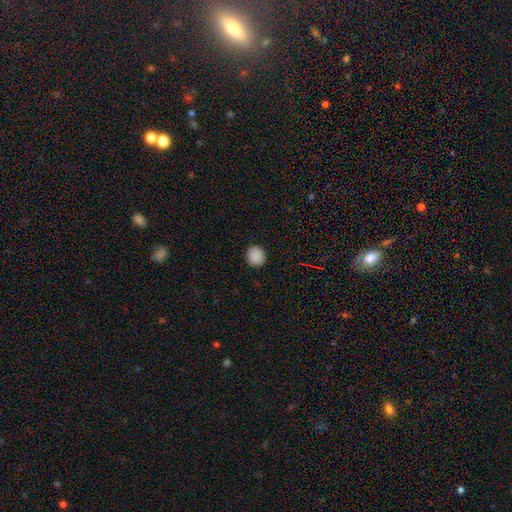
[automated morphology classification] smooth_or_featured: smooth (p=0.89) [alt: star or artifact p=0.09]
how_rounded: round (p=0.88) [alt: in between p=0.11]
merging: none (p=0.91) [alt: minor disturbance p=0.06]